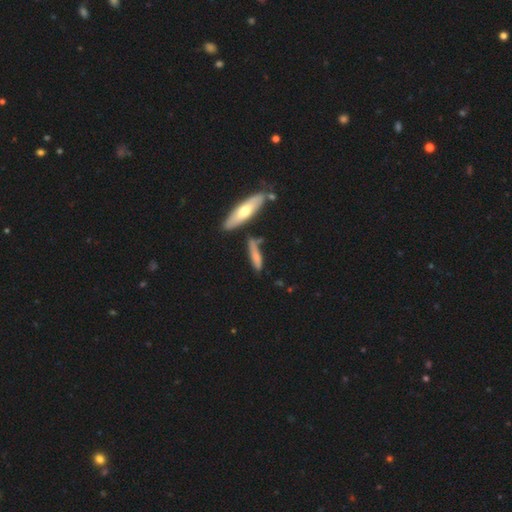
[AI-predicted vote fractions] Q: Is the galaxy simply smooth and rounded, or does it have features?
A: smooth — 67%.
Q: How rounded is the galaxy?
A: cigar-shaped — 78%.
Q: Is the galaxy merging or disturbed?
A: none — 63%.